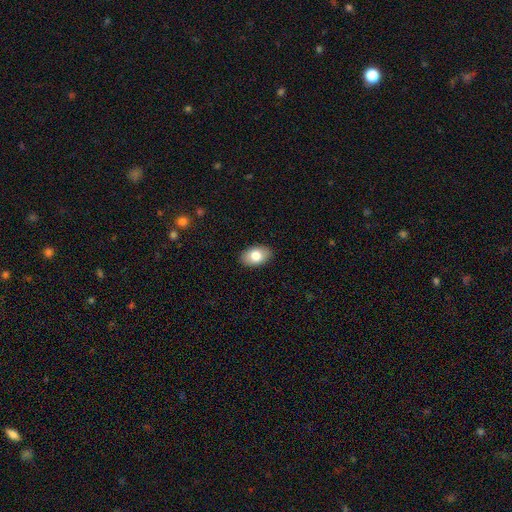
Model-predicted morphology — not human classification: Q: Smooth or featured?
A: smooth (80%); runner-up: featured or disk (13%)
Q: How rounded?
A: in between (89%); runner-up: round (10%)
Q: Merging?
A: none (89%); runner-up: minor disturbance (8%)